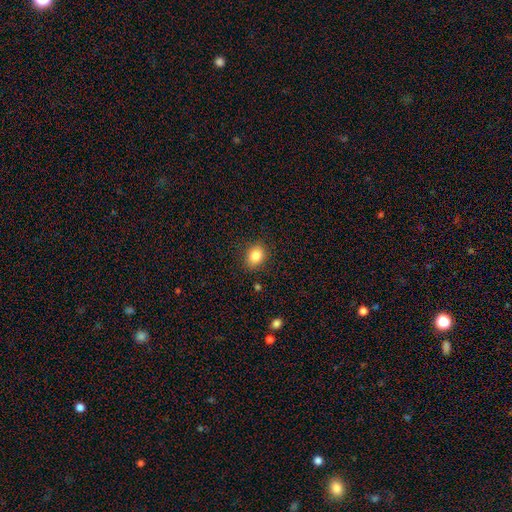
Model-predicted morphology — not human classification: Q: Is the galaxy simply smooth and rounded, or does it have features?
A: smooth — 84%.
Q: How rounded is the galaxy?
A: in between — 54%.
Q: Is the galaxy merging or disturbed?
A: none — 86%.